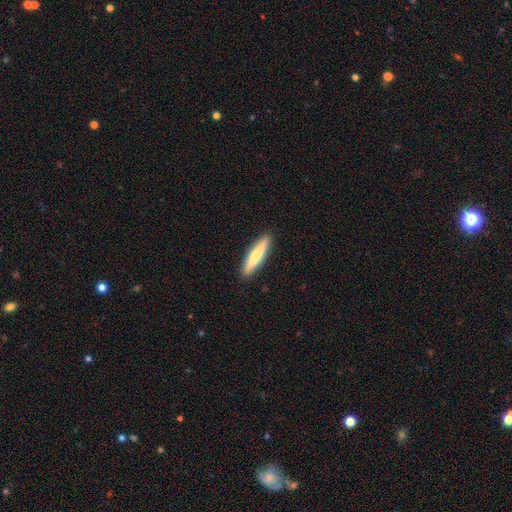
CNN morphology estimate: Smooth or featured? smooth (60%)
How rounded? cigar-shaped (88%)
Merging? none (92%)